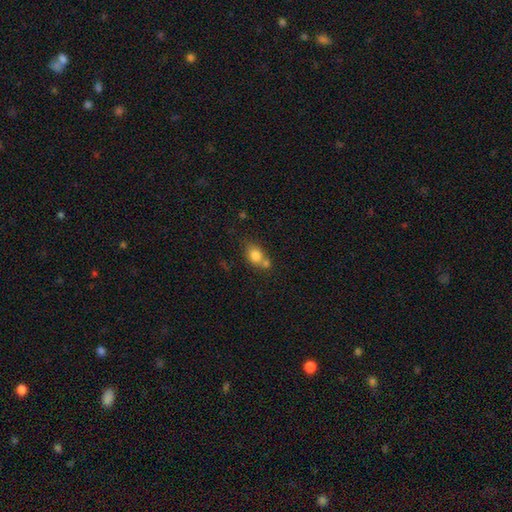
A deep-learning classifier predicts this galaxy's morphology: Q: Smooth or featured?
A: smooth (79%); runner-up: featured or disk (11%)
Q: How rounded?
A: in between (61%); runner-up: round (37%)
Q: Merging?
A: none (44%); runner-up: merger (38%)